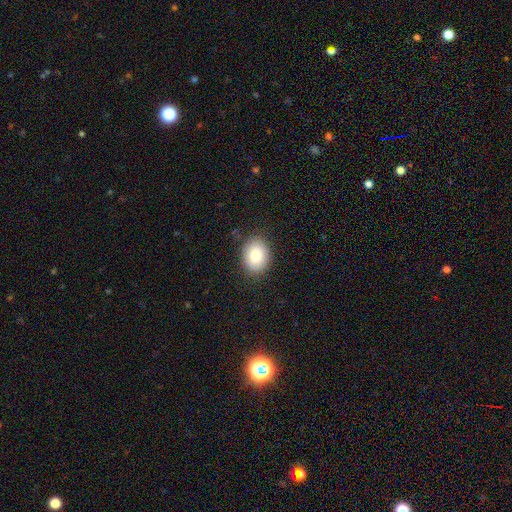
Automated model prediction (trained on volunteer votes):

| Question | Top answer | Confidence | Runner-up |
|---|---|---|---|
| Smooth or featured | smooth | 82% | featured or disk (10%) |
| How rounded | in between | 61% | round (38%) |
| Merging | none | 86% | minor disturbance (10%) |